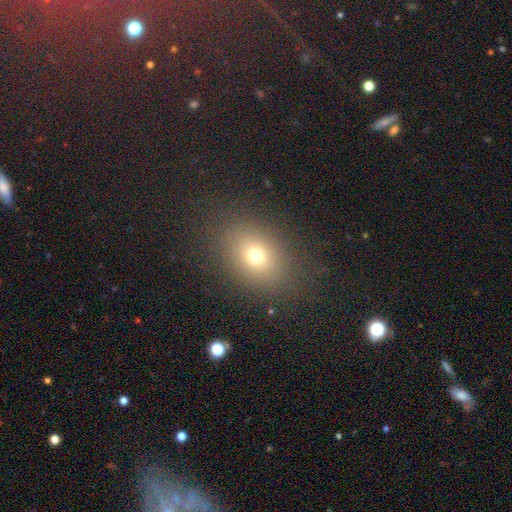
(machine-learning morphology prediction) type=smooth (70%); roundness=in between (60%); merging=none (84%).